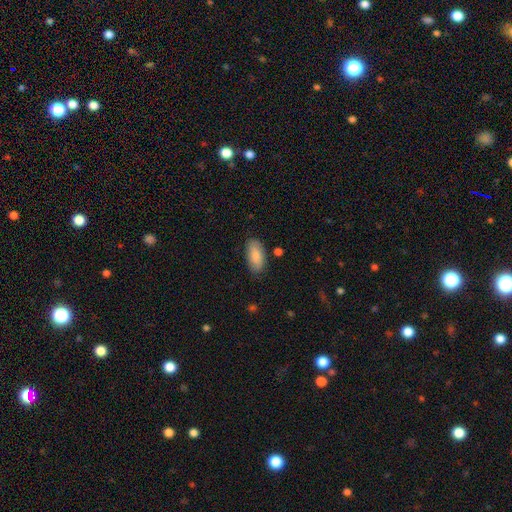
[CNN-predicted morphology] Overall: smooth (82%). How rounded: in between (92%). Merging: none (80%).